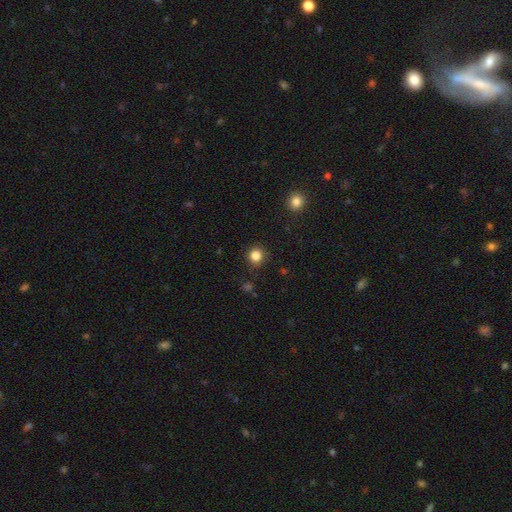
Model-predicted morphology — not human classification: type=smooth (84%); roundness=round (91%); merging=none (89%).